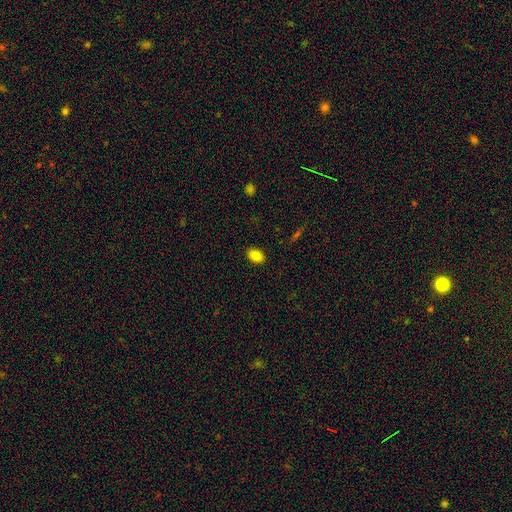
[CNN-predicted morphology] Smooth or featured?
  - smooth: 85% *
  - star or artifact: 9%
  - featured or disk: 6%
How rounded?
  - in between: 84% *
  - round: 15%
  - cigar-shaped: 1%
Merging?
  - none: 89% *
  - minor disturbance: 8%
  - major disturbance: 2%
  - merger: 1%